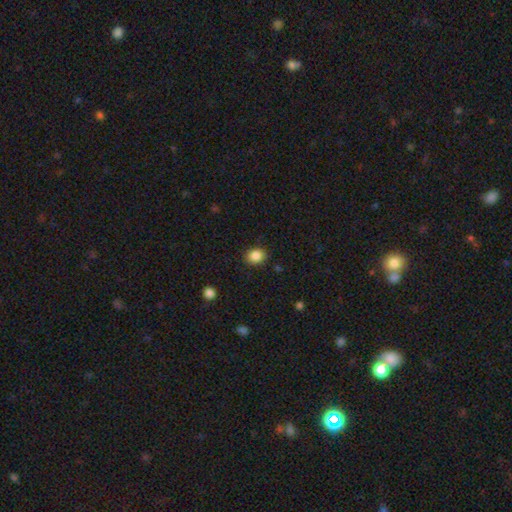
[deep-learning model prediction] smooth-or-featured: smooth: 86% | star or artifact: 10% | featured or disk: 4%
  how-rounded: round: 57% | in between: 42% | cigar-shaped: 1%
  merging: none: 88% | minor disturbance: 8% | major disturbance: 2% | merger: 1%